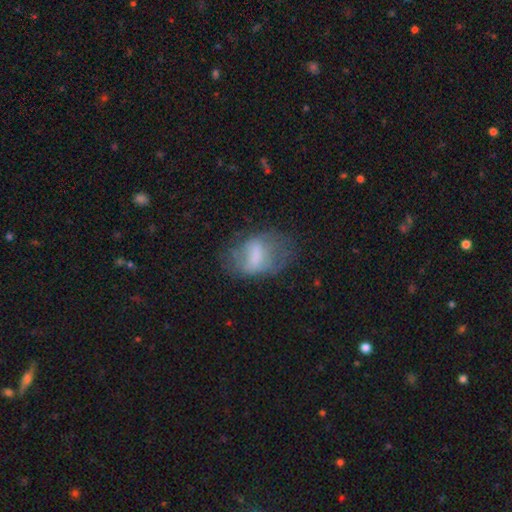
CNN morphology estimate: smooth 52%, featured or disk 38%, star or artifact 10%. Down the decision tree: how rounded — in between (79%); merging — none (45%).